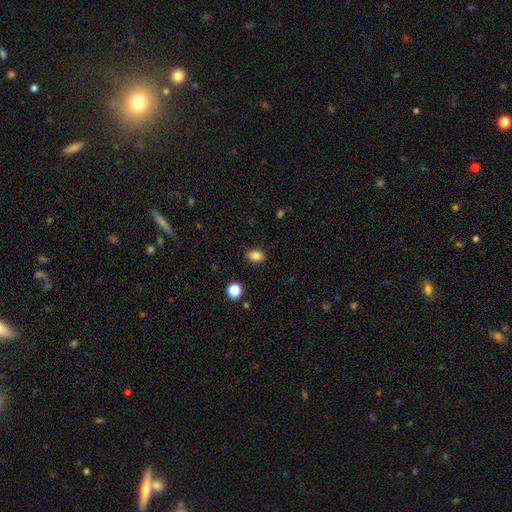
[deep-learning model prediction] Overall: smooth (84%). How rounded: in between (78%). Merging: none (86%).